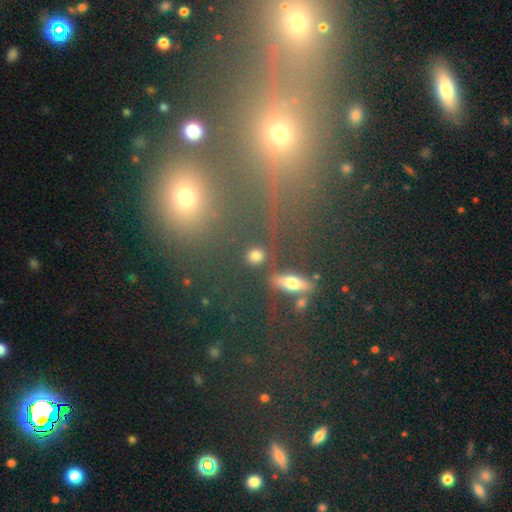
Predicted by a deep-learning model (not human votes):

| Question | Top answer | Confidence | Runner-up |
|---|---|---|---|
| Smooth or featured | smooth | 76% | star or artifact (14%) |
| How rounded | round | 68% | in between (26%) |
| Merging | none | 80% | minor disturbance (9%) |